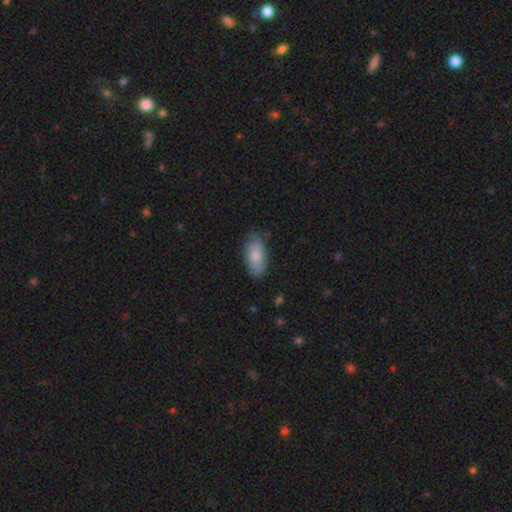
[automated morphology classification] This appears to be a smooth galaxy with no disk features (78%) that is in between round and cigar-shaped (90%). Merging: none (73%).